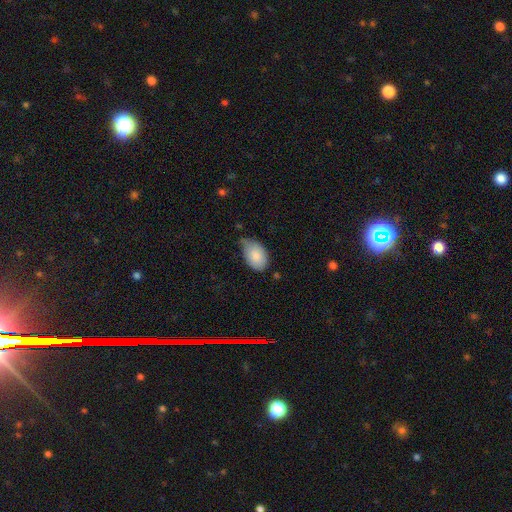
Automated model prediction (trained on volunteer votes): Smooth or featured?
  - smooth: 85% *
  - featured or disk: 8%
  - star or artifact: 7%
How rounded?
  - in between: 88% *
  - round: 11%
  - cigar-shaped: 1%
Merging?
  - minor disturbance: 47% *
  - none: 40%
  - major disturbance: 10%
  - merger: 4%